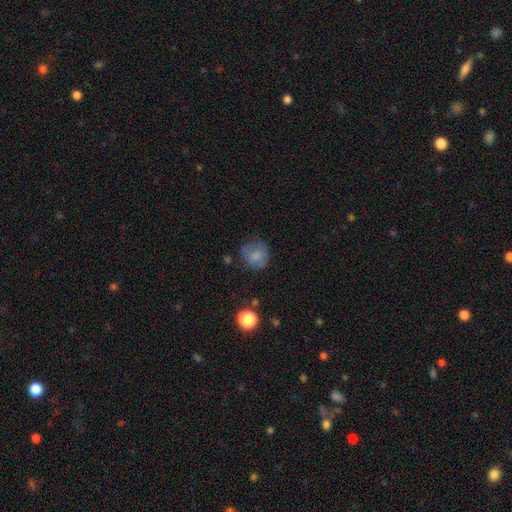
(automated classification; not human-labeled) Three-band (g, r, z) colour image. It shows a smooth galaxy with no disk features (71%) that is round (79%). Merging: none (60%).